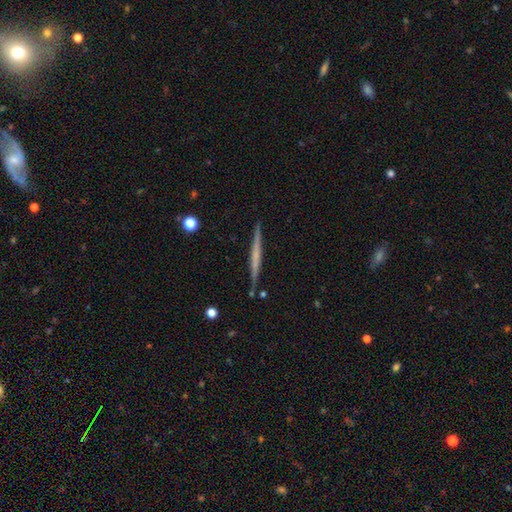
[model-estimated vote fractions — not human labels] smooth_or_featured: featured or disk (p=0.60) [alt: smooth p=0.35]
disk_edge_on: yes (p=0.98) [alt: no p=0.02]
edge_on_bulge: none (p=0.74) [alt: rounded p=0.17]
merging: none (p=0.89) [alt: minor disturbance p=0.07]